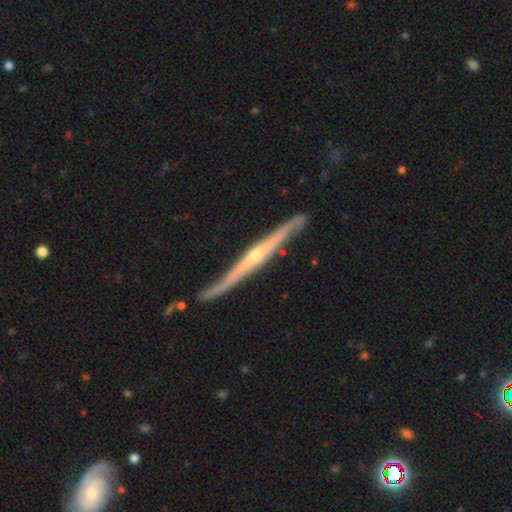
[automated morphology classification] A featured or disk galaxy (82%) viewed edge-on (95%) with a rounded central bulge (64%).

Vote fractions:
- Smooth or featured? featured or disk: 82% / smooth: 14% / star or artifact: 5%
- Edge-on disk? yes: 95% / no: 5%
- Edge-on bulge? rounded: 64% / none: 30% / boxy: 6%
- Merging? none: 73% / minor disturbance: 21% / major disturbance: 4% / merger: 3%